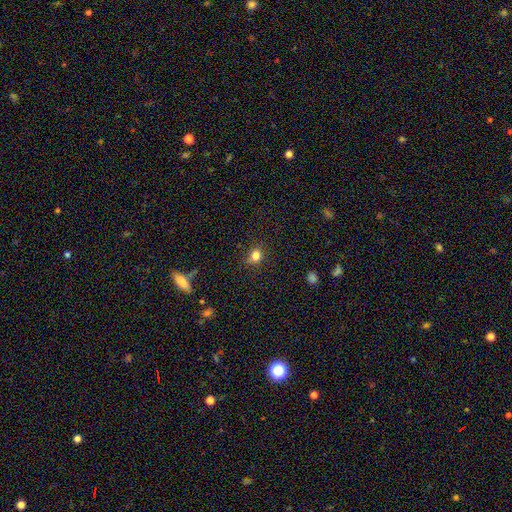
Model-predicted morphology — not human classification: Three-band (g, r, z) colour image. It shows a smooth galaxy with no disk features (79%) that is round (68%). Merging: none (80%).